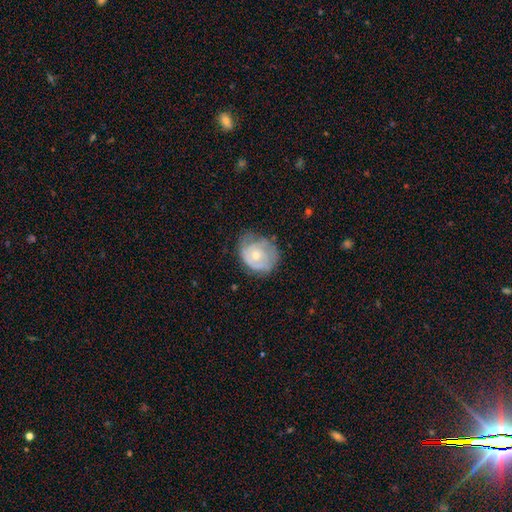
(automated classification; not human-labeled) A featured or disk galaxy (64%) with no bar (81%), spiral arms (73%) and a small central bulge (49%).

Vote fractions:
- Smooth or featured? featured or disk: 64% / smooth: 30% / star or artifact: 6%
- Edge-on disk? no: 97% / yes: 3%
- Bar? no: 81% / weak: 16% / strong: 3%
- Spiral arms? yes: 73% / no: 27%
- Bulge size? small: 49% / moderate: 47% / large: 2% / none: 1% / dominant: 1%
- Merging? none: 54% / minor disturbance: 30% / major disturbance: 14% / merger: 2%